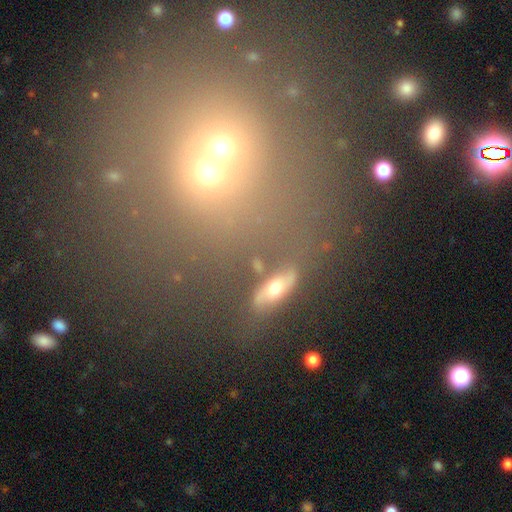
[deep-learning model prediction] Morphology: type=smooth (50%); roundness=round (43%); merging=none (52%).